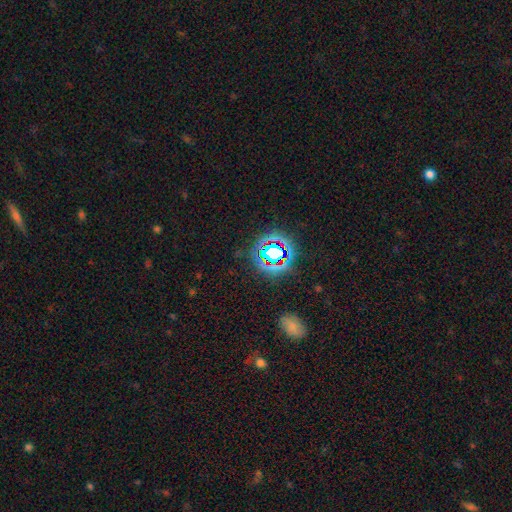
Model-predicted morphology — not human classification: Overall: star or artifact (76%).